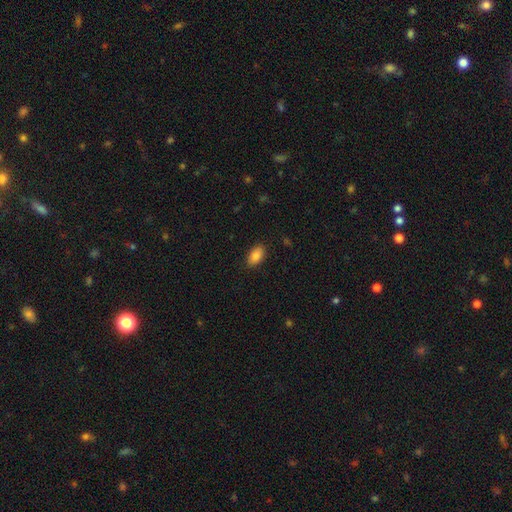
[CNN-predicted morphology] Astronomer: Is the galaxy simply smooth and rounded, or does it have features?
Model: smooth — 86%.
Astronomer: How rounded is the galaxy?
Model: in between — 92%.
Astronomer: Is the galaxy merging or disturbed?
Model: none — 87%.